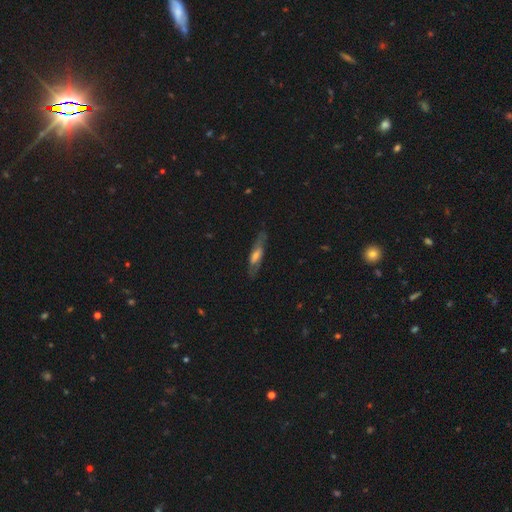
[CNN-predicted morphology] Smooth or featured? Predicted: featured or disk (p=0.54). Edge-on disk? Predicted: no (p=0.51). Merging? Predicted: none (p=0.73).